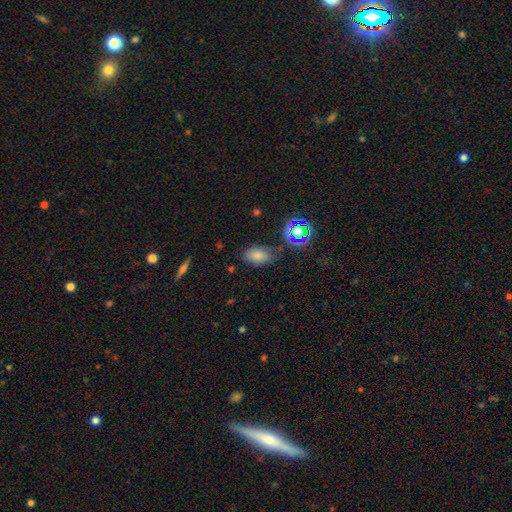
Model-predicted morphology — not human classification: Smooth or featured? Predicted: smooth (p=0.70). How rounded? Predicted: in between (p=0.88). Merging? Predicted: none (p=0.75).